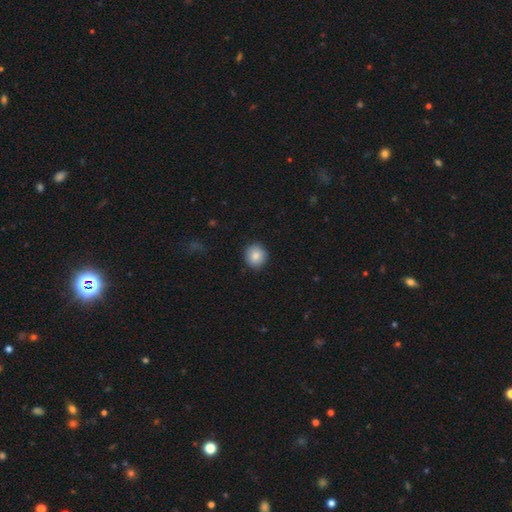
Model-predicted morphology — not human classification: The model was most divided on "how rounded": round: 88%, in between: 12%, cigar-shaped: 1%. More confident: merging — none (90%); smooth or featured — smooth (86%).